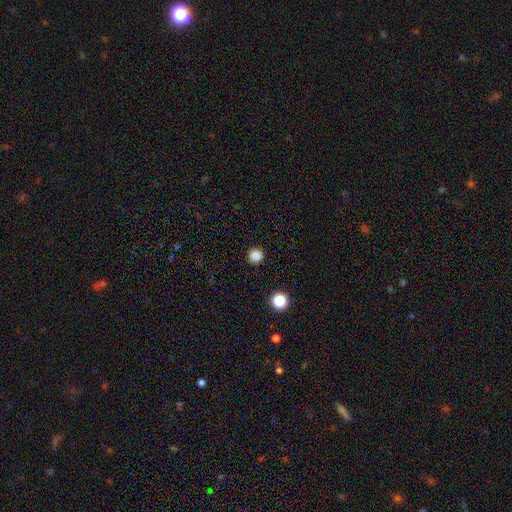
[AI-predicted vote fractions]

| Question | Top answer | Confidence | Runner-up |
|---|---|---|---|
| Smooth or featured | smooth | 83% | star or artifact (13%) |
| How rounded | round | 95% | in between (4%) |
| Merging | none | 93% | minor disturbance (4%) |